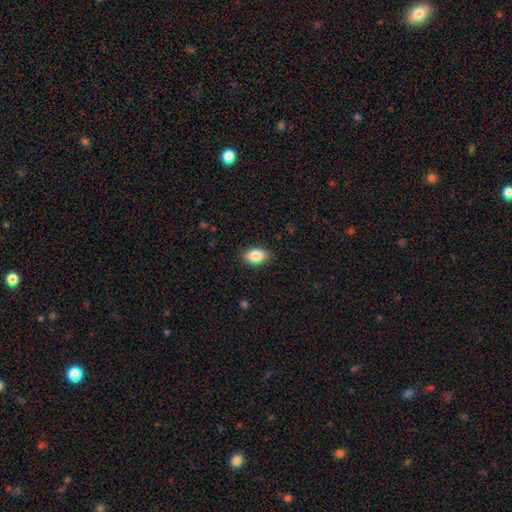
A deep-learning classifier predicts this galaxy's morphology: Smooth or featured? Predicted: smooth (p=0.87). How rounded? Predicted: in between (p=0.91). Merging? Predicted: none (p=0.88).